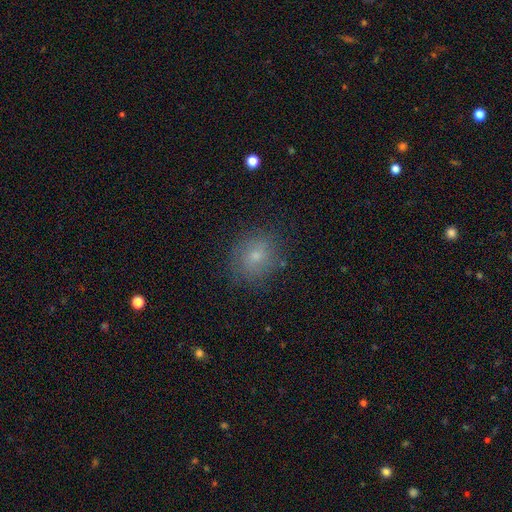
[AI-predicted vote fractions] Morphology: type=smooth (66%); roundness=round (72%); merging=none (82%).